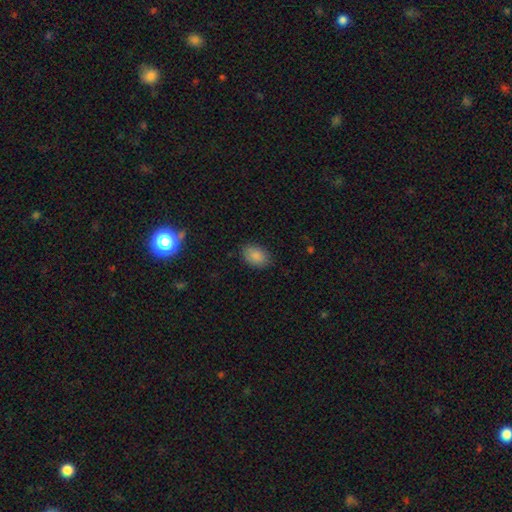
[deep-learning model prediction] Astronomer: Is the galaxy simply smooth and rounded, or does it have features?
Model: smooth — 87%.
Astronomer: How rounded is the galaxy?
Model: in between — 82%.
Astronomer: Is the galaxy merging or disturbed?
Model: none — 83%.